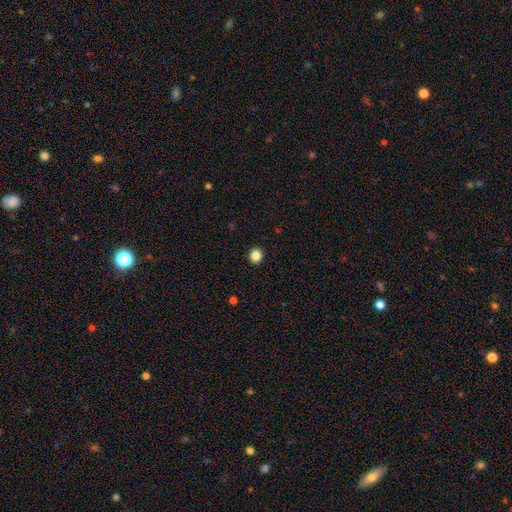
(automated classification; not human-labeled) This appears to be a smooth galaxy with no disk features (85%) that is round (89%). Merging: none (93%).